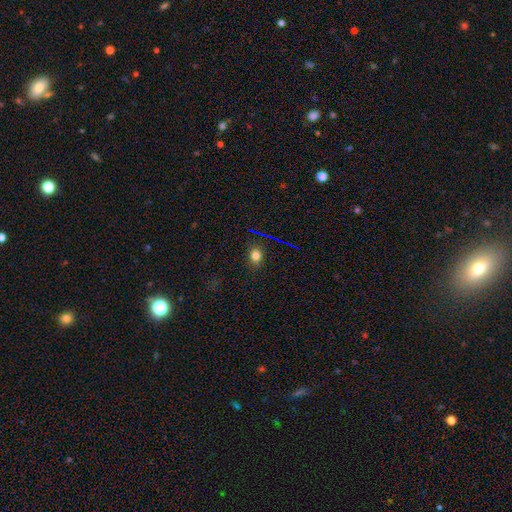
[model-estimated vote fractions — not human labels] Morphology: type=smooth (74%); roundness=round (52%); merging=none (84%).